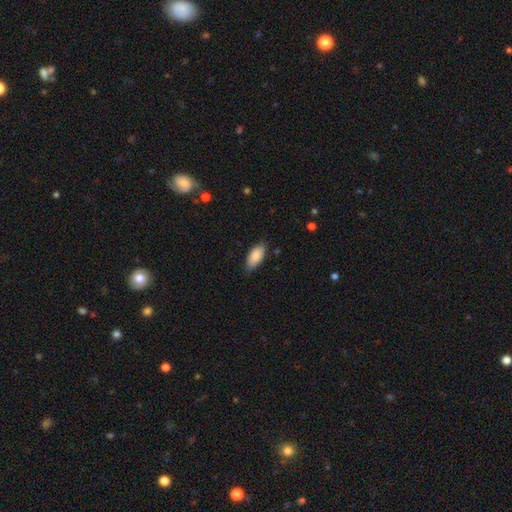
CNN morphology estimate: This appears to be a smooth galaxy with no disk features (88%) that is in between round and cigar-shaped (89%). Merging: none (80%).